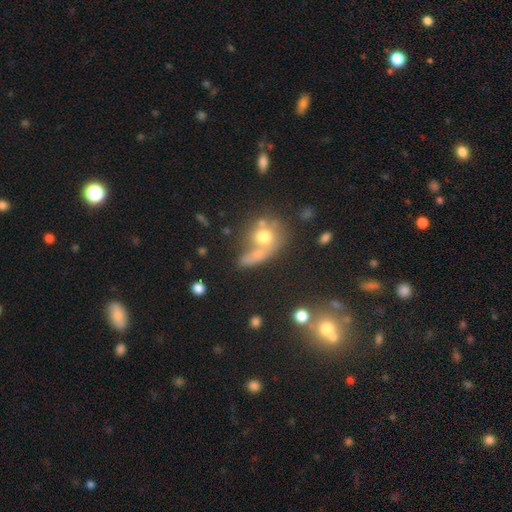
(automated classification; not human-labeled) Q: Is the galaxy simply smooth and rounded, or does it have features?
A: smooth — 65%.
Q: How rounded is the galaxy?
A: round — 56%.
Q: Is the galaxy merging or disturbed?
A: none — 37%.